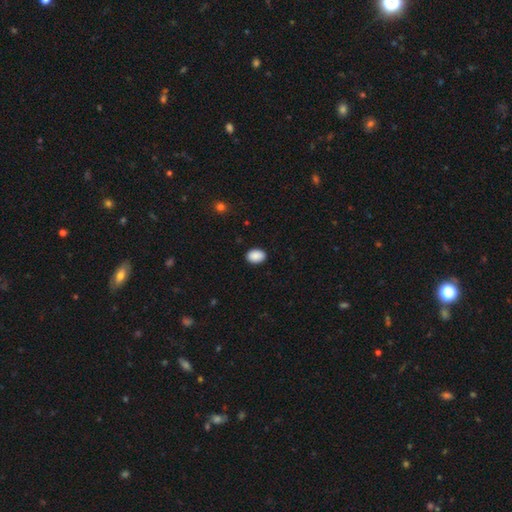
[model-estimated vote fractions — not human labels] This is clearly a smooth galaxy (90%). How rounded: likely in between (76%). Merging: clearly none (89%).